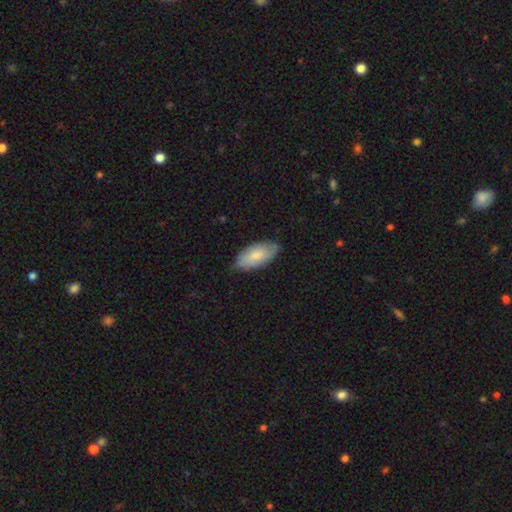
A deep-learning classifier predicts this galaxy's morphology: Smooth or featured? Predicted: smooth (p=0.75). How rounded? Predicted: in between (p=0.92). Merging? Predicted: none (p=0.77).